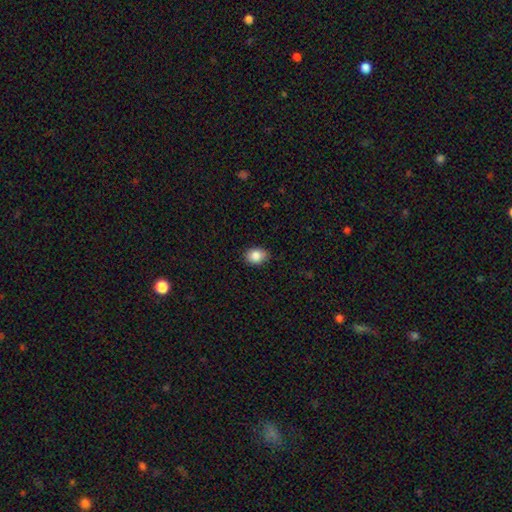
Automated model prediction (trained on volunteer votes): This appears to be a smooth galaxy with no disk features (87%) that is in between round and cigar-shaped (68%). Merging: none (83%).